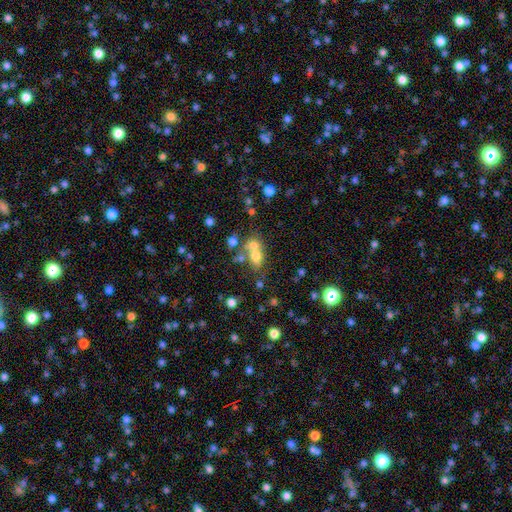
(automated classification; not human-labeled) smooth_or_featured: smooth (p=0.65) [alt: featured or disk p=0.19]
how_rounded: in between (p=0.57) [alt: round p=0.41]
merging: merger (p=0.52) [alt: none p=0.32]